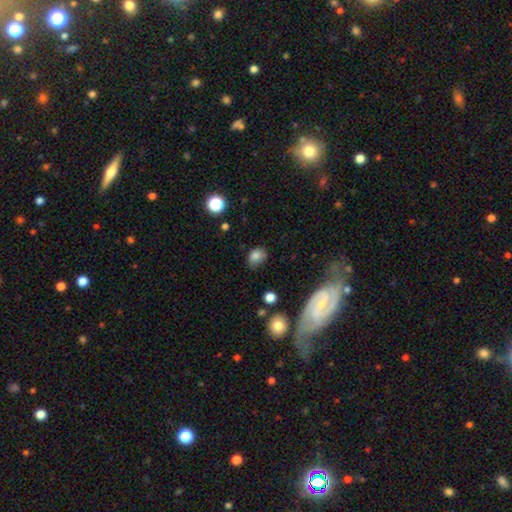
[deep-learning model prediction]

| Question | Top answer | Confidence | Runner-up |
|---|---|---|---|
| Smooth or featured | smooth | 77% | featured or disk (11%) |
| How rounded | in between | 64% | round (35%) |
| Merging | none | 64% | minor disturbance (26%) |